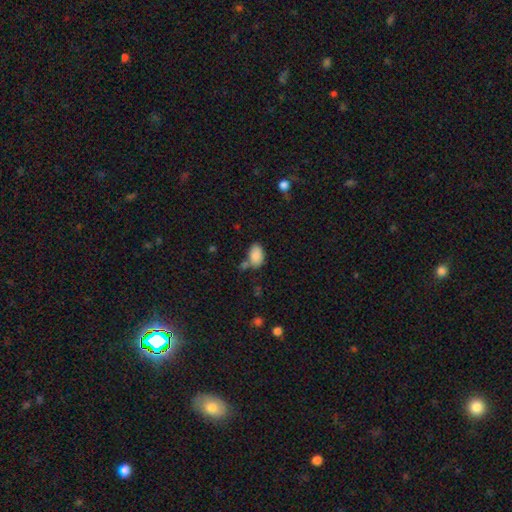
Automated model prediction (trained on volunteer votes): smooth_or_featured: smooth (p=0.87) [alt: star or artifact p=0.08]
how_rounded: in between (p=0.91) [alt: round p=0.08]
merging: none (p=0.59) [alt: minor disturbance p=0.20]